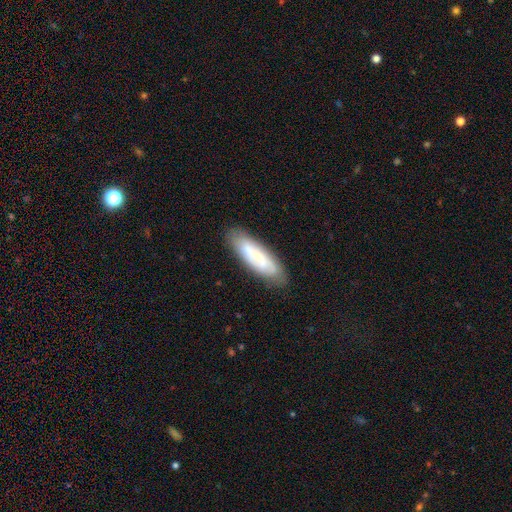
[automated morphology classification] Smooth or featured: smooth — 50% (featured or disk — 42%)
How rounded: cigar-shaped — 56% (in between — 42%)
Merging: none — 80% (minor disturbance — 15%)